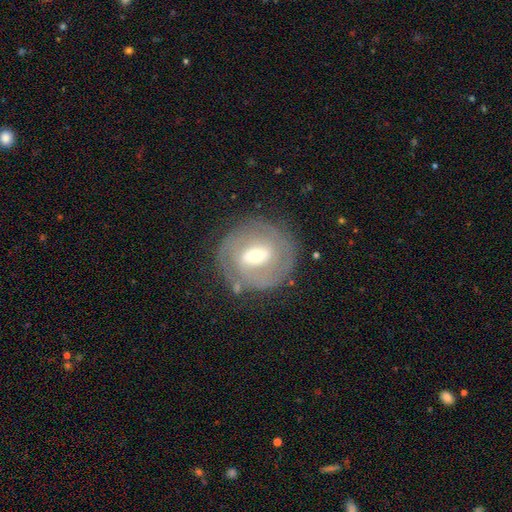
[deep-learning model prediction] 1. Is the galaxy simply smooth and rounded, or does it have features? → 73% featured or disk, 21% smooth, 7% star or artifact.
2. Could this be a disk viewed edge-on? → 95% no, 5% yes.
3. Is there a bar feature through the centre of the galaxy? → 47% weak, 35% strong, 19% no.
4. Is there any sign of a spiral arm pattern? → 72% yes, 28% no.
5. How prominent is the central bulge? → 53% moderate, 39% small, 6% large, 1% dominant, 1% none.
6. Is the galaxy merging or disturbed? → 77% none, 13% minor disturbance, 7% major disturbance, 3% merger.